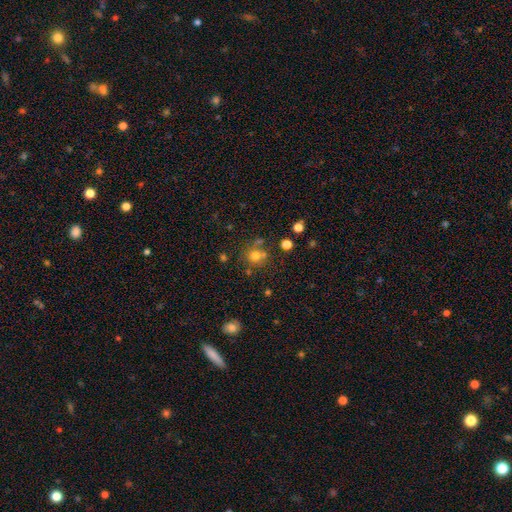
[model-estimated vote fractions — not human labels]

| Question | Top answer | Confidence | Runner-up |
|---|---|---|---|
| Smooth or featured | smooth | 72% | star or artifact (17%) |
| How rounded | round | 88% | in between (11%) |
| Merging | none | 65% | merger (19%) |